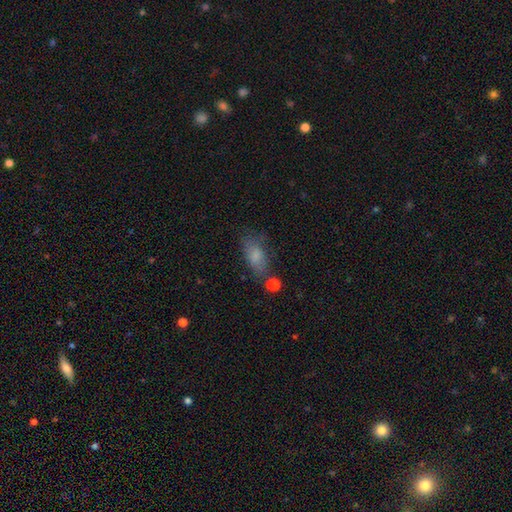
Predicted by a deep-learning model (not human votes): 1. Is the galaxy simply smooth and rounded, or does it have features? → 78% smooth, 12% featured or disk, 10% star or artifact.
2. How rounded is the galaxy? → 84% in between, 10% cigar-shaped, 6% round.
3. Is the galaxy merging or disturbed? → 58% none, 24% minor disturbance, 12% major disturbance, 7% merger.